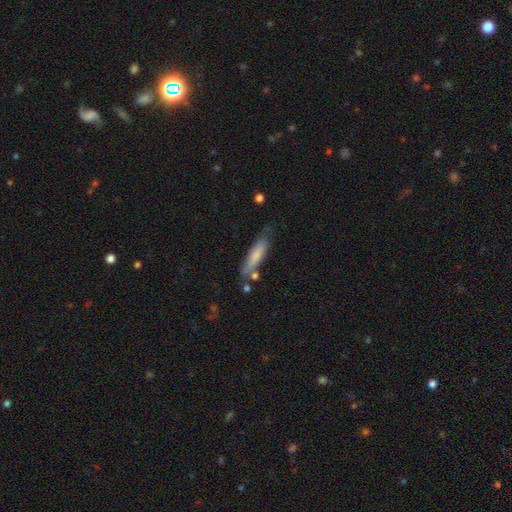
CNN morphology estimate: A smooth galaxy with no disk features (71%) that is cigar-shaped (75%). Merging: none (61%).